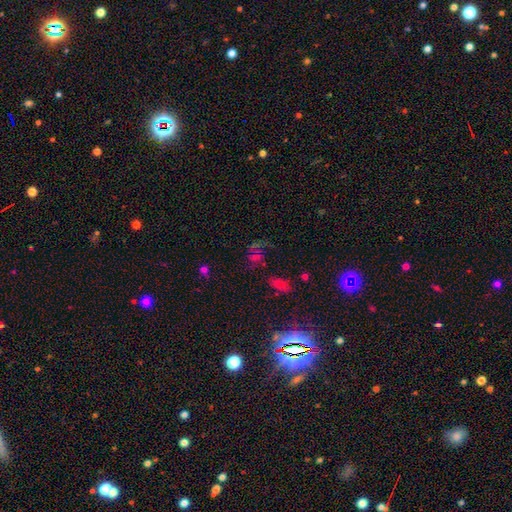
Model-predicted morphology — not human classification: smooth 37%, star or artifact 35%, featured or disk 28%. Down the decision tree: merging — none (49%).